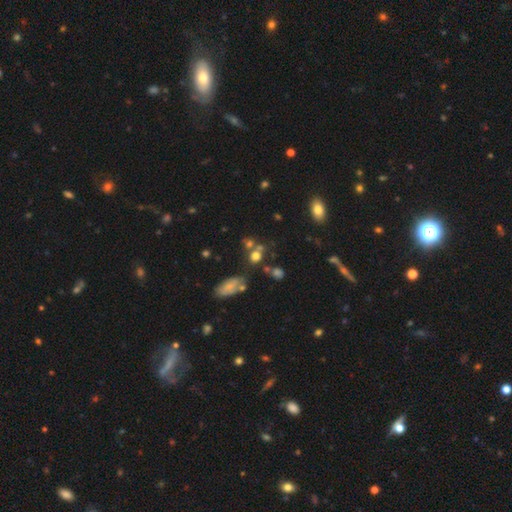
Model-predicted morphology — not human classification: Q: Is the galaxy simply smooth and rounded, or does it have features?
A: smooth — 68%.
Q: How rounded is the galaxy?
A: round — 71%.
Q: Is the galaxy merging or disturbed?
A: none — 51%.